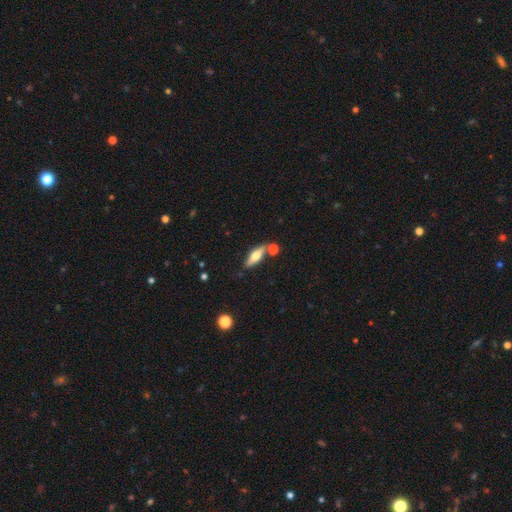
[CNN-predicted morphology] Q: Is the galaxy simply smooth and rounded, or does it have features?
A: featured or disk — 48%.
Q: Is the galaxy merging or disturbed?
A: none — 75%.